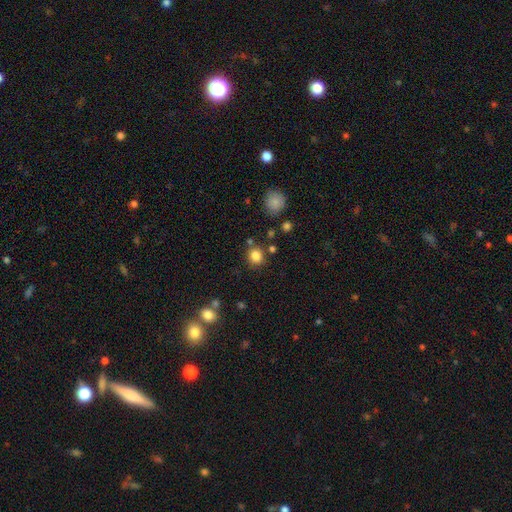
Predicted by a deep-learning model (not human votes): Smooth or featured?
  - smooth: 83% *
  - star or artifact: 12%
  - featured or disk: 5%
How rounded?
  - round: 85% *
  - in between: 14%
  - cigar-shaped: 1%
Merging?
  - none: 81% *
  - minor disturbance: 10%
  - merger: 6%
  - major disturbance: 3%